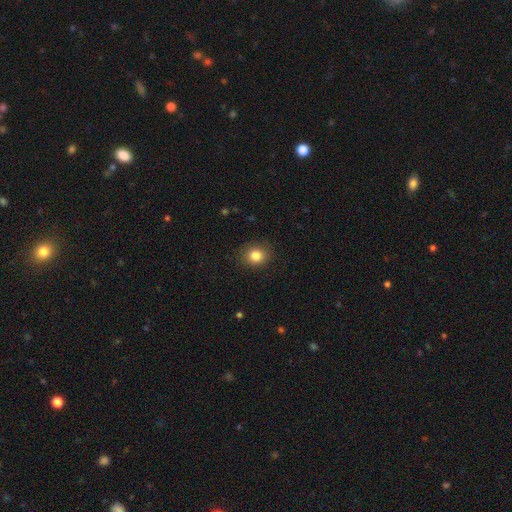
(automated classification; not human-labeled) Smooth or featured: smooth — 84% (star or artifact — 11%)
How rounded: round — 72% (in between — 27%)
Merging: none — 88% (minor disturbance — 9%)